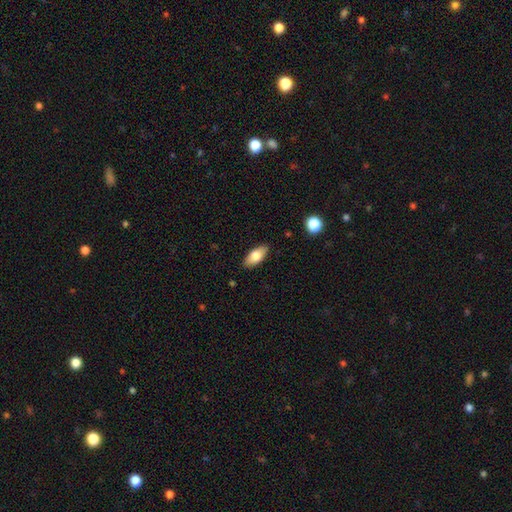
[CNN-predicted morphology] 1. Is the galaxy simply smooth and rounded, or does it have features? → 76% smooth, 18% featured or disk, 7% star or artifact.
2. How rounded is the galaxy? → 88% in between, 10% cigar-shaped, 3% round.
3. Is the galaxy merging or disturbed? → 87% none, 10% minor disturbance, 2% major disturbance, 1% merger.